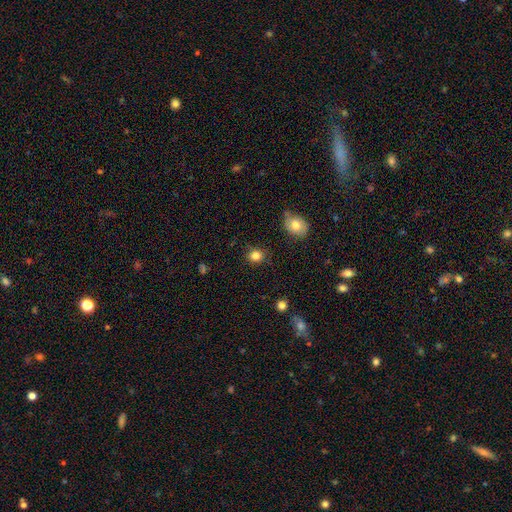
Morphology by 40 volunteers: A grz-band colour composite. It shows a smooth galaxy with no disk features (85%) that is round (82%). Merging: none (100%).